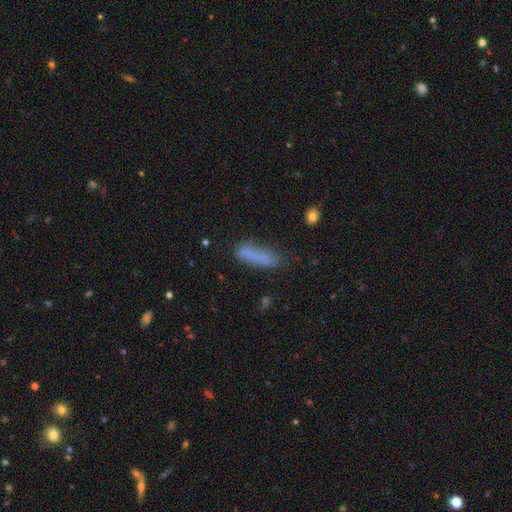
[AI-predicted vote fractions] A smooth galaxy with no disk features (75%) that is cigar-shaped (70%).

Vote fractions:
- Smooth or featured? smooth: 75% / featured or disk: 15% / star or artifact: 10%
- How rounded? cigar-shaped: 70% / in between: 28% / round: 2%
- Merging? none: 66% / minor disturbance: 21% / major disturbance: 8% / merger: 5%